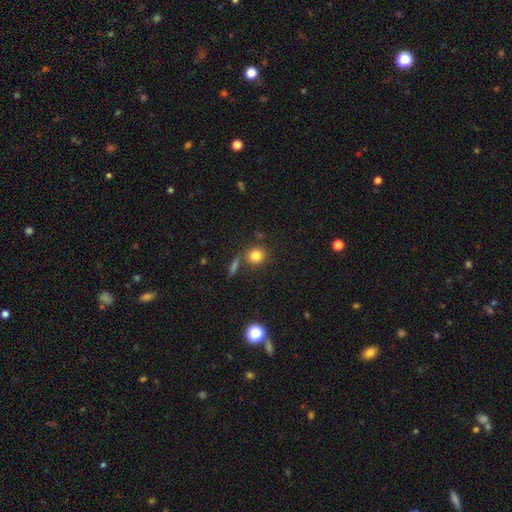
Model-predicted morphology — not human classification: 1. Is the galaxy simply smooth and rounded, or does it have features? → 80% smooth, 12% star or artifact, 8% featured or disk.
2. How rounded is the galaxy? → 84% round, 14% in between, 2% cigar-shaped.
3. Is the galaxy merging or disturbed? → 71% none, 14% merger, 10% minor disturbance, 4% major disturbance.